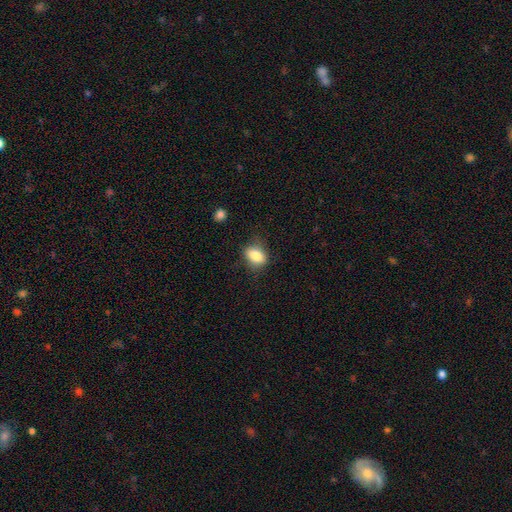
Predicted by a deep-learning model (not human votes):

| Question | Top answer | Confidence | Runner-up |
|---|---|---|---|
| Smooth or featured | smooth | 82% | featured or disk (9%) |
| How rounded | in between | 77% | round (20%) |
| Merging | none | 76% | minor disturbance (18%) |